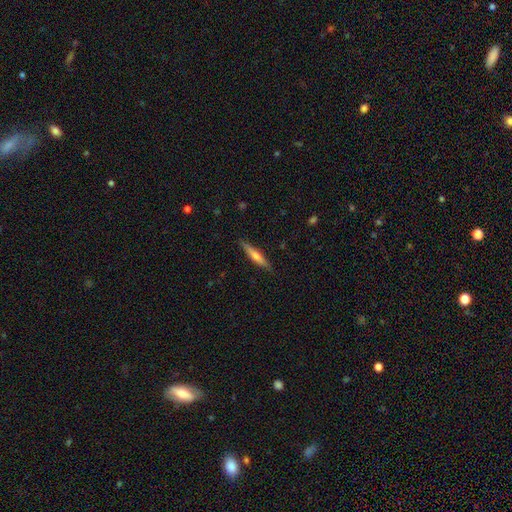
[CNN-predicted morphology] Smooth or featured: featured or disk — 52% (smooth — 42%)
Edge-on disk: yes — 95% (no — 5%)
Merging: none — 88% (minor disturbance — 9%)